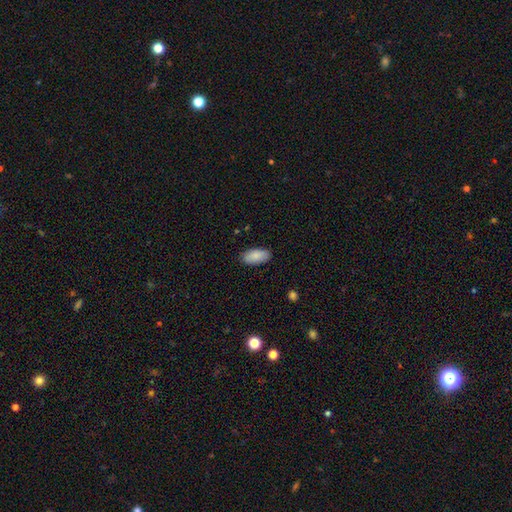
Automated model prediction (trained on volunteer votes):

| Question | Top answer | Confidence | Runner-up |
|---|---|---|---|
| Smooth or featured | smooth | 88% | featured or disk (6%) |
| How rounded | in between | 94% | cigar-shaped (4%) |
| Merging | none | 87% | minor disturbance (10%) |